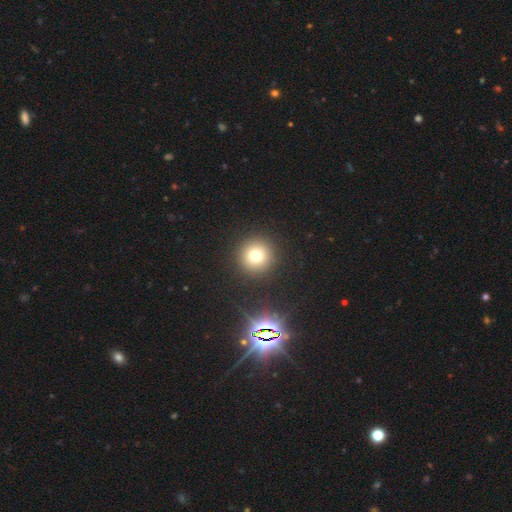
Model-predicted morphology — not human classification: Smooth or featured? smooth (71%)
How rounded? round (95%)
Merging? none (91%)